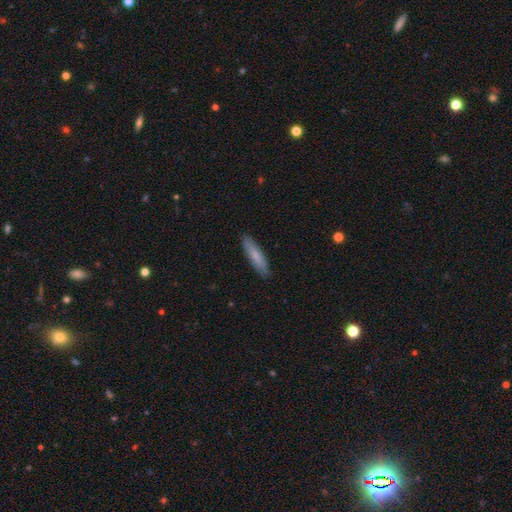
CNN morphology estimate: Smooth or featured: smooth — 76% (featured or disk — 18%)
How rounded: cigar-shaped — 80% (in between — 18%)
Merging: none — 88% (minor disturbance — 9%)